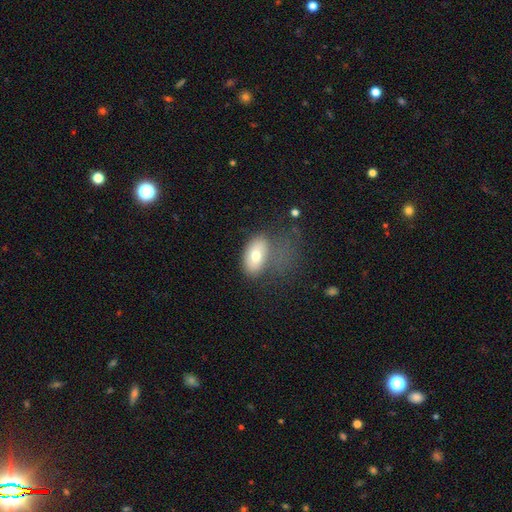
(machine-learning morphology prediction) type=smooth (70%); roundness=in between (91%); merging=major disturbance (40%).